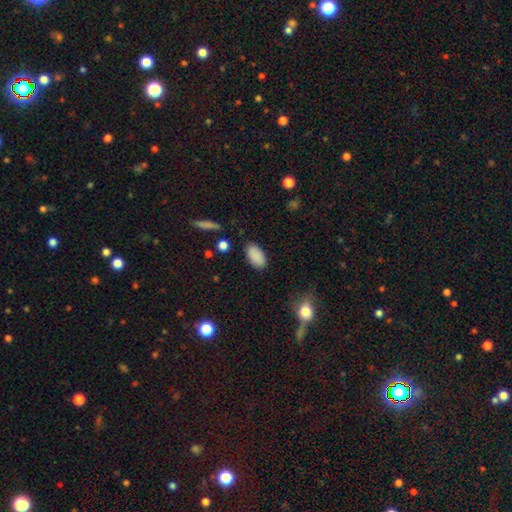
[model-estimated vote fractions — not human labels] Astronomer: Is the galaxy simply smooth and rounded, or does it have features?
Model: smooth — 88%.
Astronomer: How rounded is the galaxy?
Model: in between — 94%.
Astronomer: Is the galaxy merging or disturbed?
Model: none — 86%.